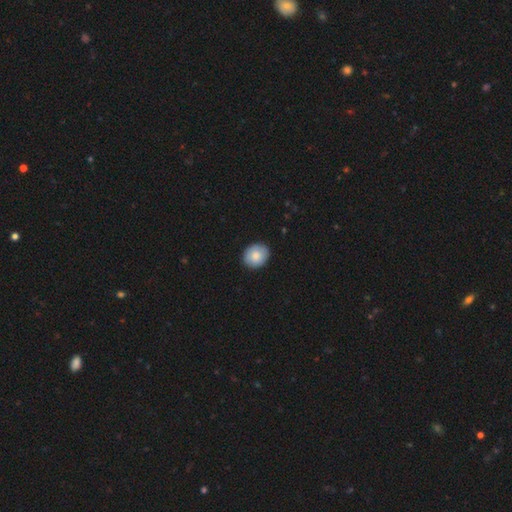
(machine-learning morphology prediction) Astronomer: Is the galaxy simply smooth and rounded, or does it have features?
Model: smooth — 83%.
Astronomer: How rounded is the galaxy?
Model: round — 66%.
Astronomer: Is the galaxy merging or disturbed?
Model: none — 89%.